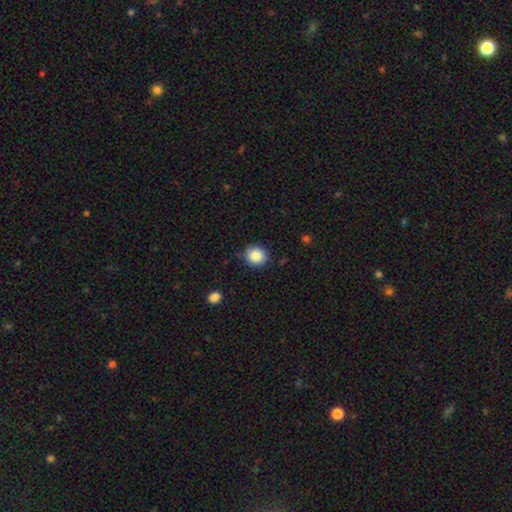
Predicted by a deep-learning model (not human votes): Q: Smooth or featured?
A: smooth (86%); runner-up: star or artifact (9%)
Q: How rounded?
A: round (83%); runner-up: in between (17%)
Q: Merging?
A: none (83%); runner-up: minor disturbance (13%)